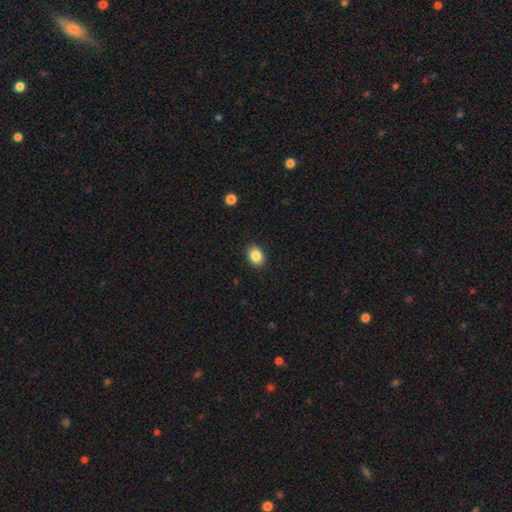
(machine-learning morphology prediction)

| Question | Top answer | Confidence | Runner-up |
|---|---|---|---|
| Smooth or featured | smooth | 87% | star or artifact (8%) |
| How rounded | in between | 70% | round (29%) |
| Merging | none | 90% | minor disturbance (7%) |